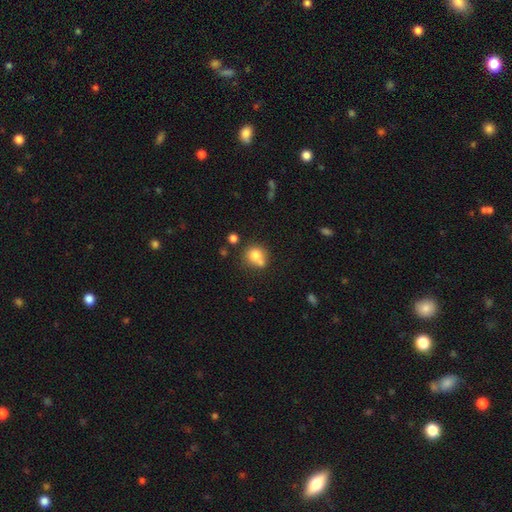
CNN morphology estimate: The model was most divided on "merging": none: 49%, merger: 31%, minor disturbance: 15%, major disturbance: 6%. More confident: how rounded — round (82%); smooth or featured — smooth (75%).